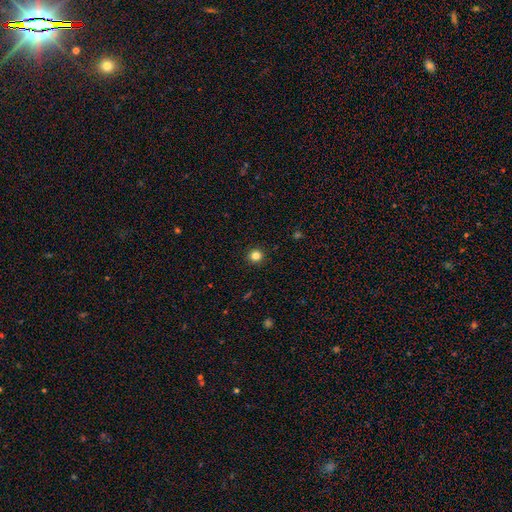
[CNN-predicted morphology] Smooth or featured: smooth — 83% (star or artifact — 12%)
How rounded: round — 93% (in between — 6%)
Merging: none — 93% (minor disturbance — 5%)